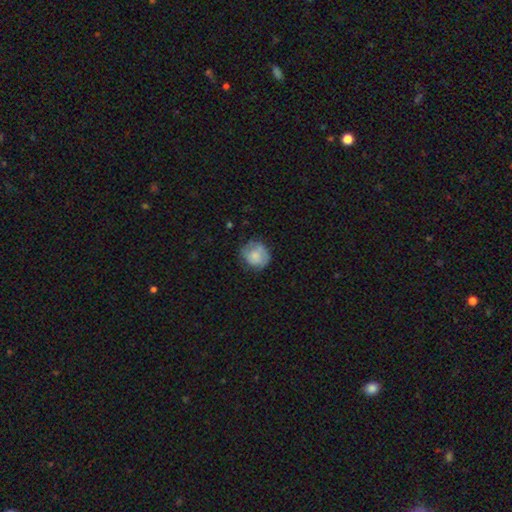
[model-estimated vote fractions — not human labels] This is likely a smooth galaxy (66%). How rounded: clearly round (80%). Merging: likely none (62%).